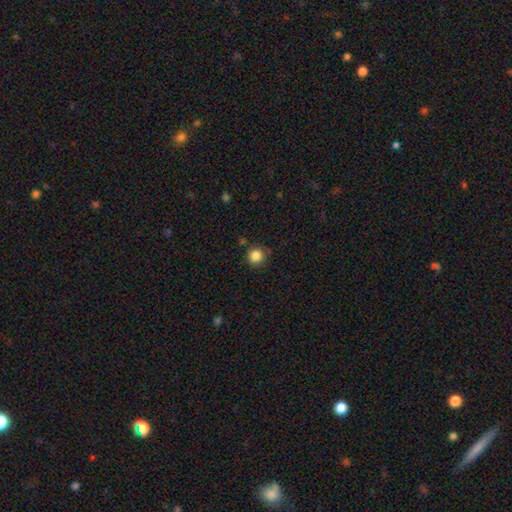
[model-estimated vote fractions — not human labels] Smooth or featured? Predicted: smooth (p=0.86). How rounded? Predicted: round (p=0.94). Merging? Predicted: none (p=0.86).